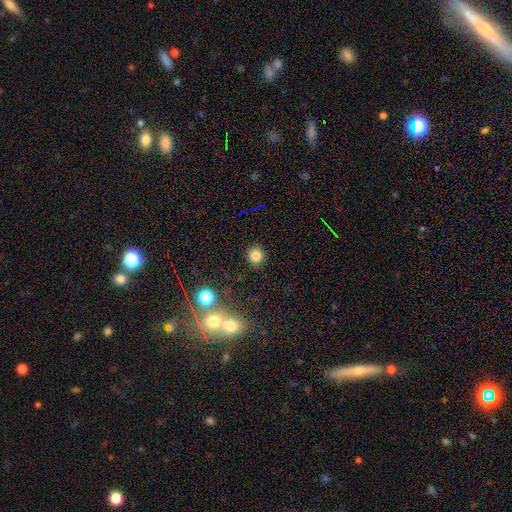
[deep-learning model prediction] Overall: smooth (80%). How rounded: round (90%). Merging: none (87%).